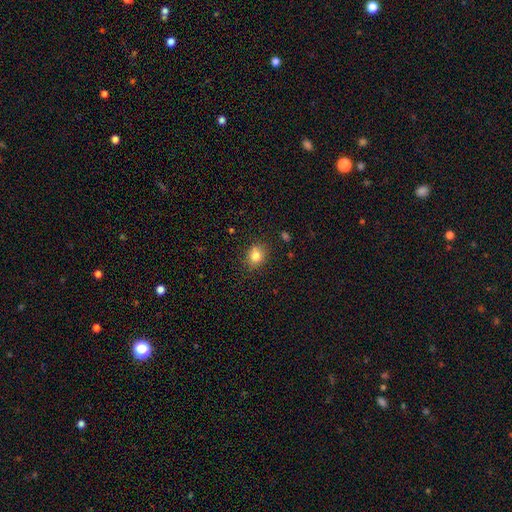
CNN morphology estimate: This appears to be a smooth galaxy with no disk features (82%) that is round (60%). Merging: none (83%).